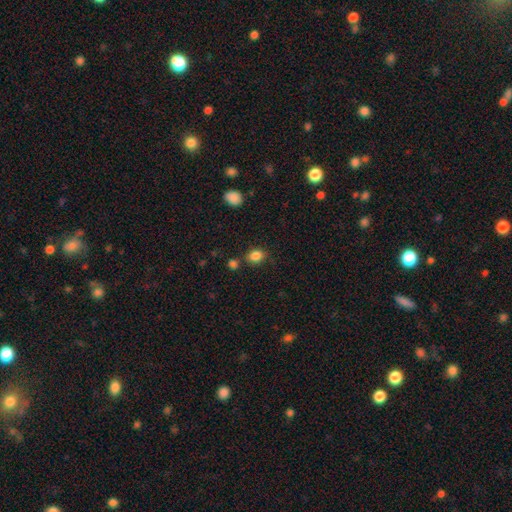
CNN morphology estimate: type=smooth (85%); roundness=round (51%); merging=none (74%).